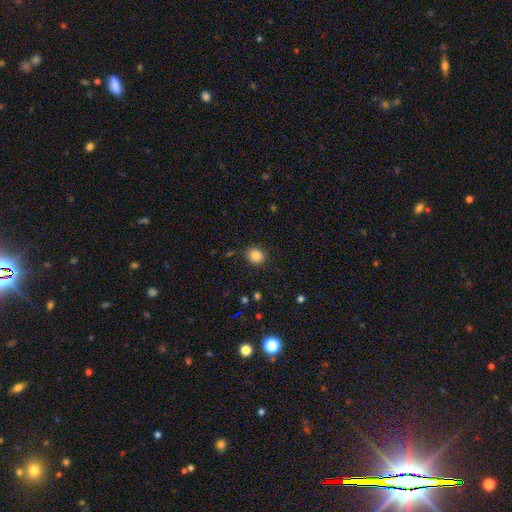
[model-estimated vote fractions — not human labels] smooth-or-featured: smooth: 85% | star or artifact: 10% | featured or disk: 5%
  how-rounded: round: 77% | in between: 22% | cigar-shaped: 1%
  merging: none: 86% | minor disturbance: 10% | major disturbance: 3% | merger: 1%